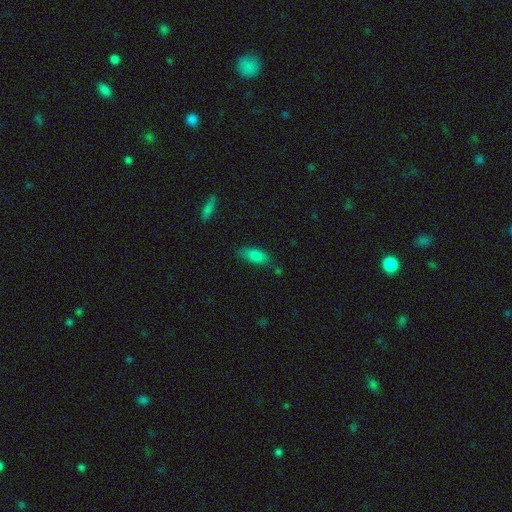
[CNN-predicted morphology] Q: Smooth or featured?
A: smooth (83%); runner-up: featured or disk (9%)
Q: How rounded?
A: in between (80%); runner-up: cigar-shaped (17%)
Q: Merging?
A: none (74%); runner-up: minor disturbance (18%)